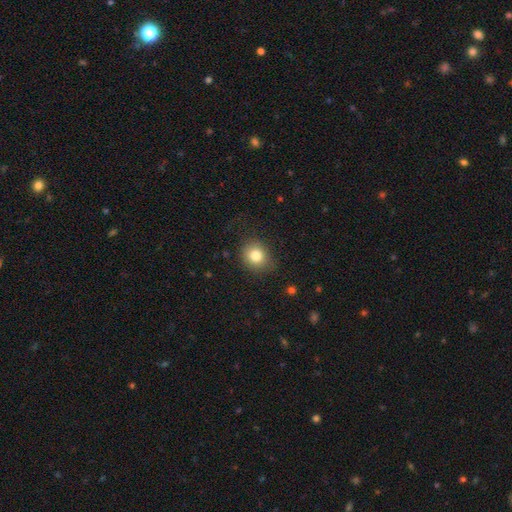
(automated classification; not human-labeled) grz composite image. It shows a smooth galaxy with no disk features (81%) that is round (69%). Merging: none (79%).